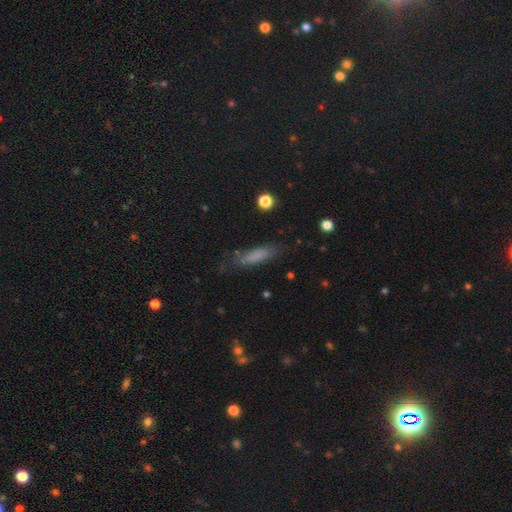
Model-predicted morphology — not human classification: Smooth or featured? smooth (75%)
How rounded? cigar-shaped (64%)
Merging? none (72%)